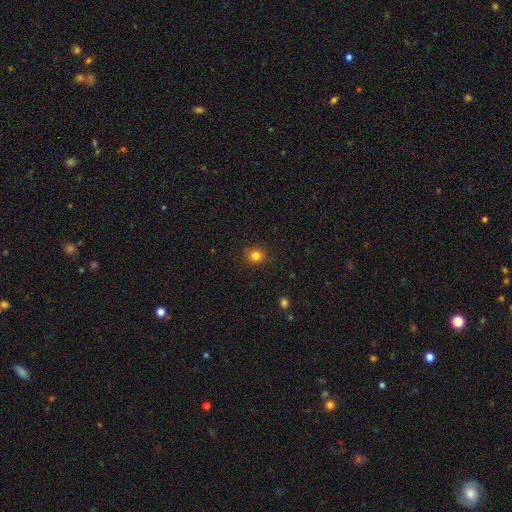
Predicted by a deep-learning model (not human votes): smooth_or_featured: smooth (p=0.83) [alt: star or artifact p=0.12]
how_rounded: round (p=0.84) [alt: in between p=0.15]
merging: none (p=0.90) [alt: minor disturbance p=0.07]